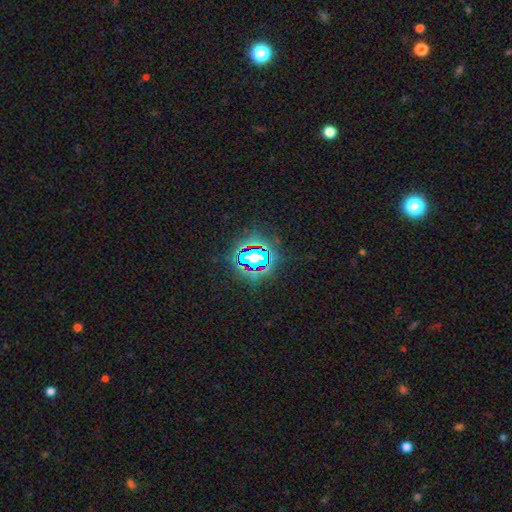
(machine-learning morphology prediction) A star or artifact, not a galaxy (64%).